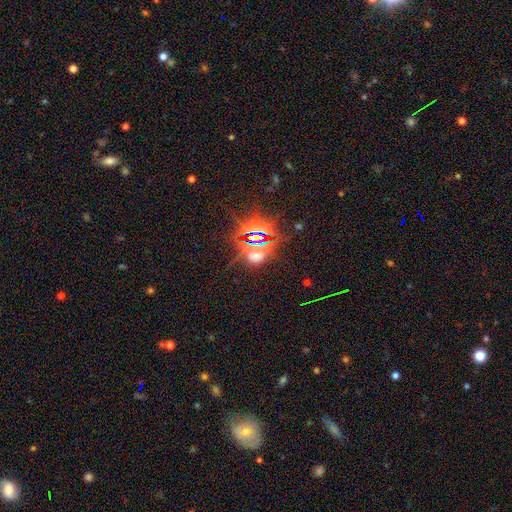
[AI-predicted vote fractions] Smooth or featured?
  - star or artifact: 70% *
  - smooth: 20%
  - featured or disk: 10%